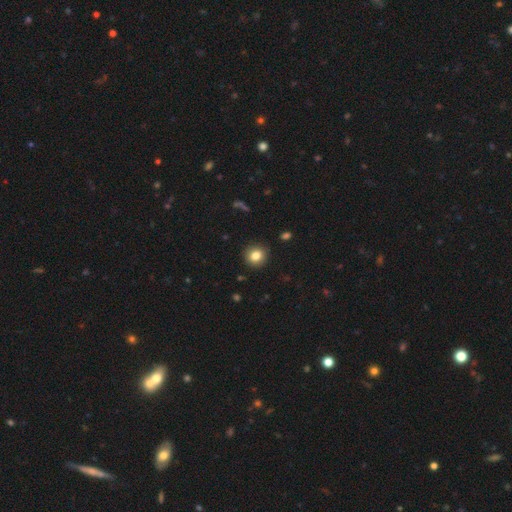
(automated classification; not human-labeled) Smooth or featured?
  - smooth: 83% *
  - star or artifact: 11%
  - featured or disk: 7%
How rounded?
  - round: 89% *
  - in between: 10%
  - cigar-shaped: 1%
Merging?
  - none: 90% *
  - minor disturbance: 7%
  - major disturbance: 2%
  - merger: 1%